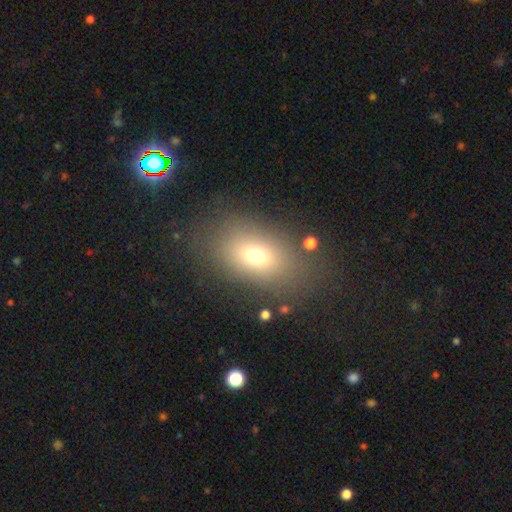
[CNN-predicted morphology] This appears to be a smooth galaxy with no disk features (68%) that is in between round and cigar-shaped (77%). Merging: none (77%).